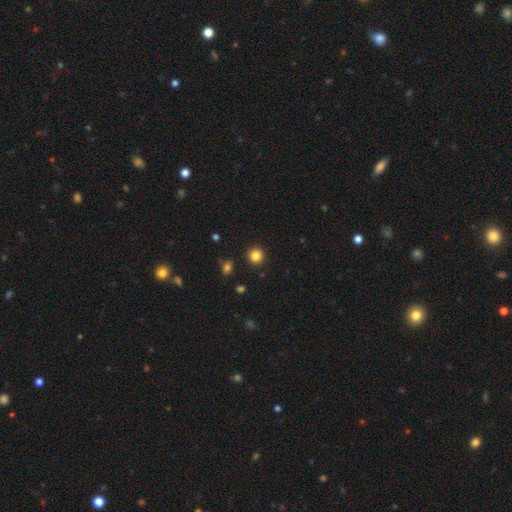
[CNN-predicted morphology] Smooth or featured? smooth (84%)
How rounded? round (92%)
Merging? none (90%)